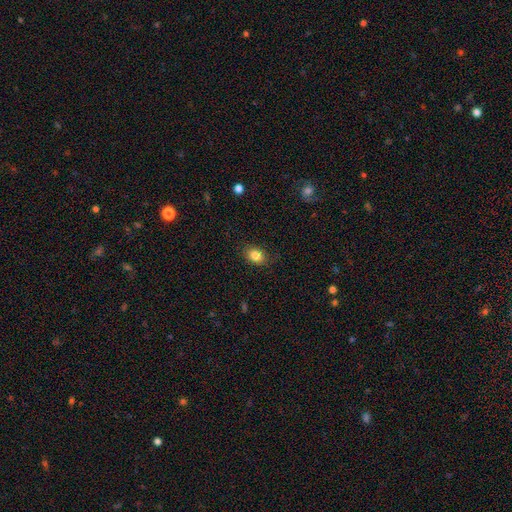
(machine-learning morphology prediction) Smooth or featured? smooth (85%)
How rounded? in between (65%)
Merging? none (84%)